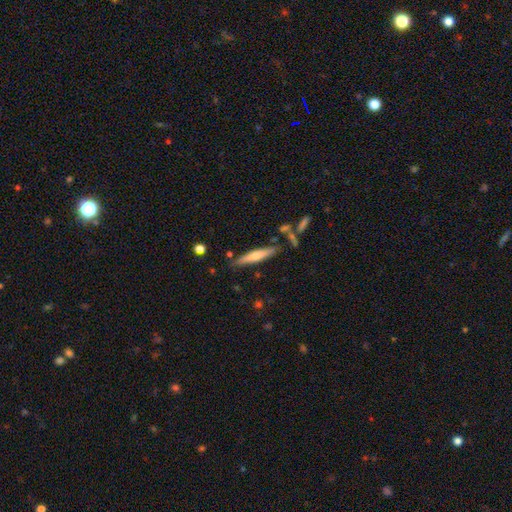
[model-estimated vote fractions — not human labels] This is possibly a smooth galaxy (52%). How rounded: clearly cigar-shaped (89%). Merging: clearly none (81%).